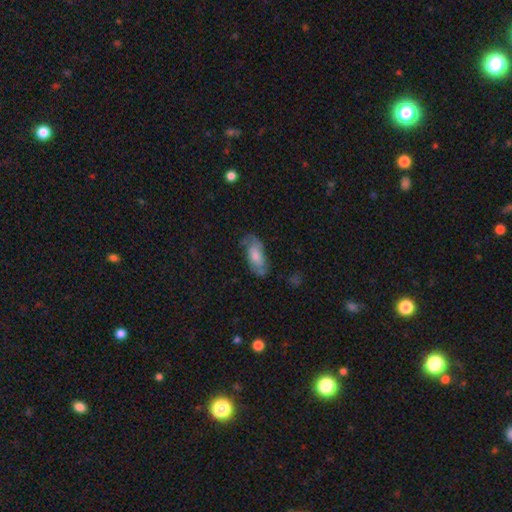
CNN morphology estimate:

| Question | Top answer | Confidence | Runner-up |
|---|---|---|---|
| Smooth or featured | smooth | 57% | featured or disk (35%) |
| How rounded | in between | 86% | cigar-shaped (10%) |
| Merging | none | 56% | minor disturbance (28%) |